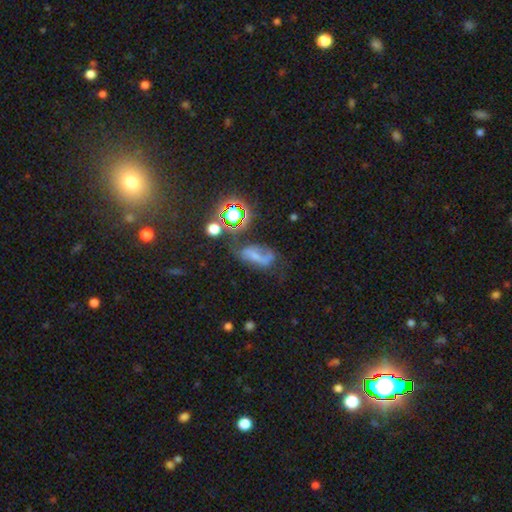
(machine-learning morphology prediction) A featured or disk galaxy (38%).

Vote fractions:
- Smooth or featured? featured or disk: 38% / smooth: 35% / star or artifact: 26%
- Merging? none: 37% / major disturbance: 27% / minor disturbance: 25% / merger: 11%